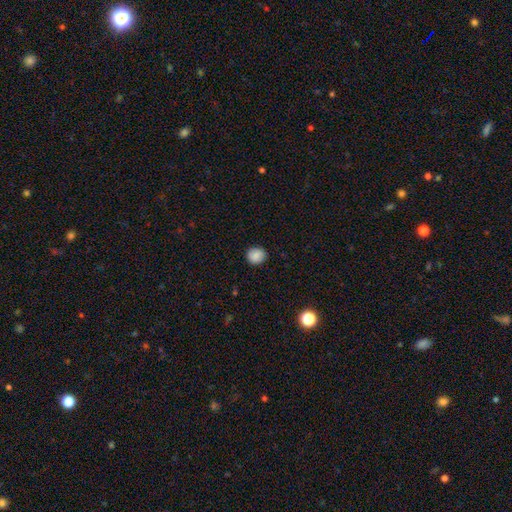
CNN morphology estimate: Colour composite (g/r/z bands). It shows a smooth galaxy with no disk features (87%) that is round (81%). Merging: none (88%).